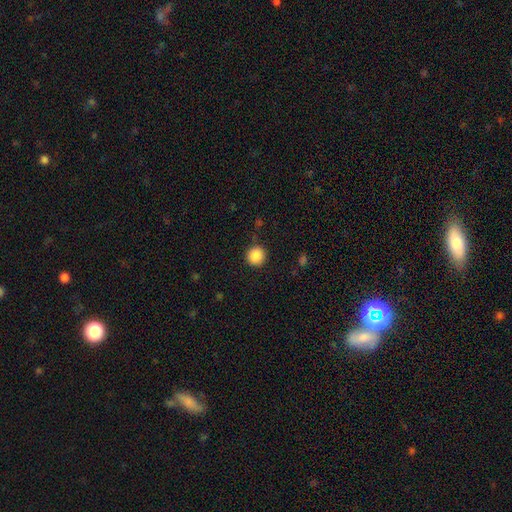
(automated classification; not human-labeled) This is clearly a smooth galaxy (88%). How rounded: clearly round (94%). Merging: clearly none (88%).